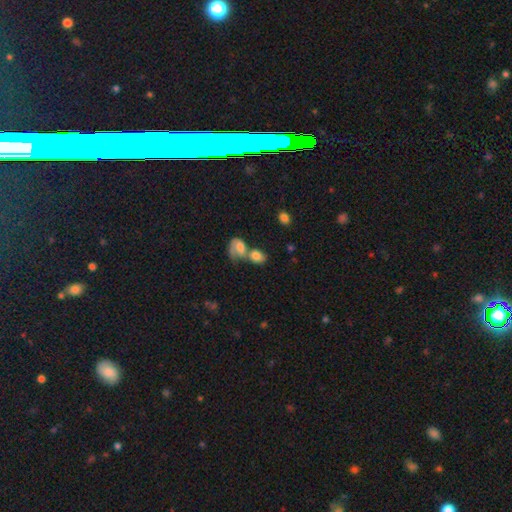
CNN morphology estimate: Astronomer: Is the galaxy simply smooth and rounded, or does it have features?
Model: smooth — 70%.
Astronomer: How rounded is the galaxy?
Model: in between — 72%.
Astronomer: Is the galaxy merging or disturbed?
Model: merger — 66%.